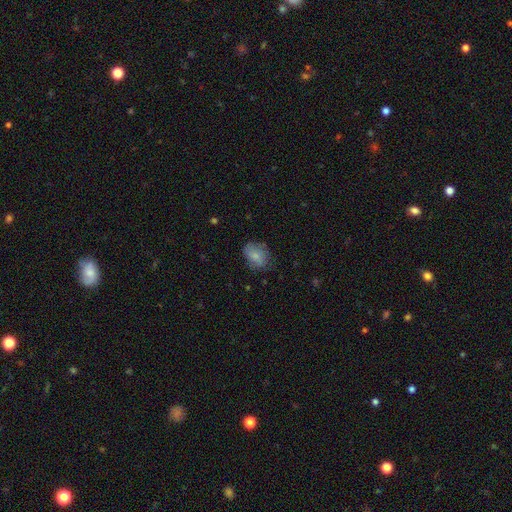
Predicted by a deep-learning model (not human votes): This is likely a smooth galaxy (74%). How rounded: likely in between (69%). Merging: likely none (66%).